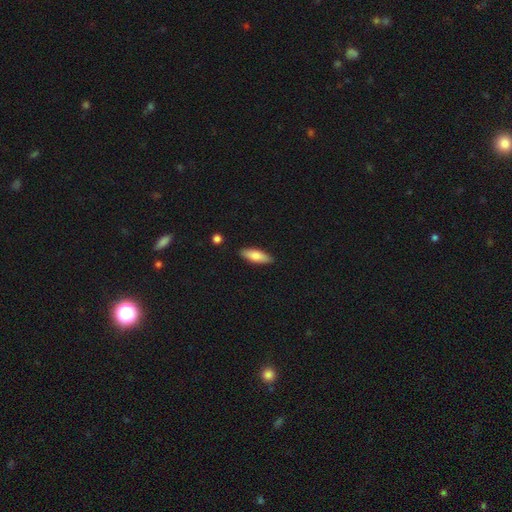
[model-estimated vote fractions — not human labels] Smooth or featured? smooth (77%)
How rounded? in between (56%)
Merging? none (88%)